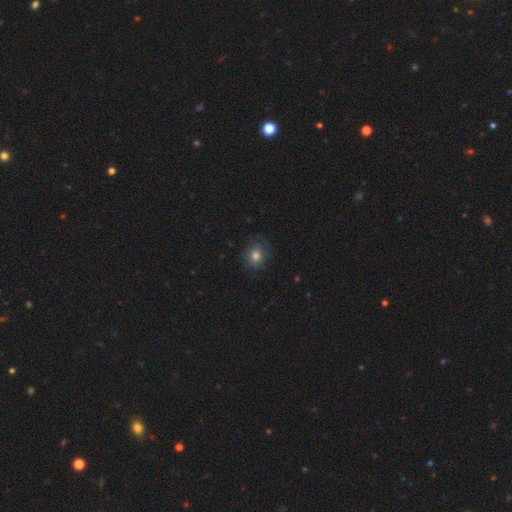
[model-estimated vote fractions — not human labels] smooth_or_featured: smooth (p=0.75) [alt: featured or disk p=0.14]
how_rounded: round (p=0.78) [alt: in between p=0.21]
merging: none (p=0.75) [alt: minor disturbance p=0.17]